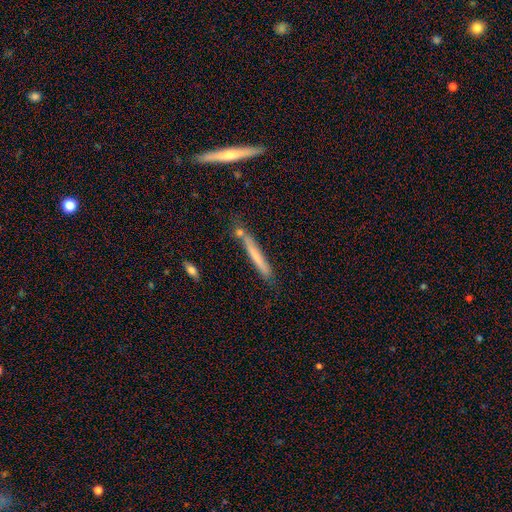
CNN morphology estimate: Overall: smooth (57%; featured or disk 36%). How rounded: cigar-shaped (96%). Merging: none (77%).